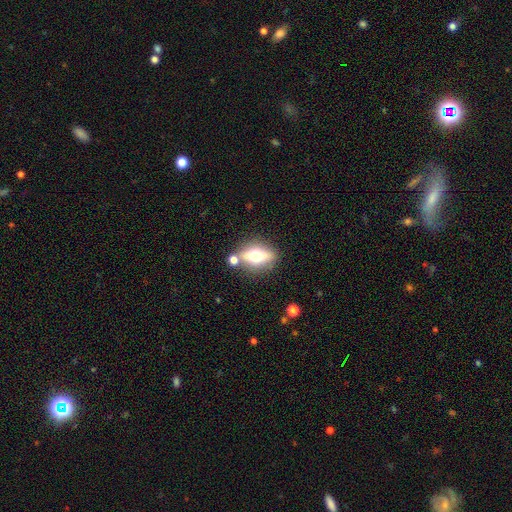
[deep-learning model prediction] Smooth or featured? Predicted: featured or disk (p=0.46). Merging? Predicted: none (p=0.73).